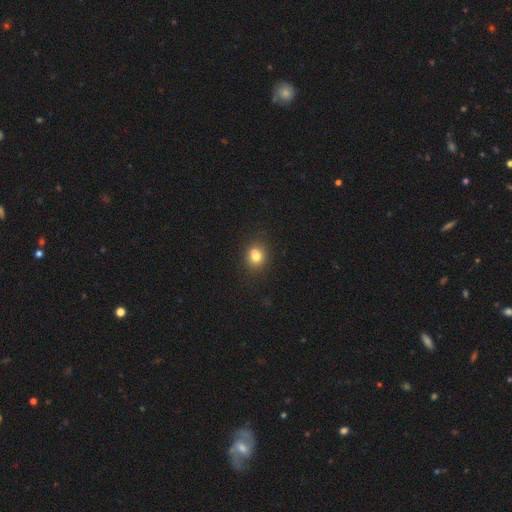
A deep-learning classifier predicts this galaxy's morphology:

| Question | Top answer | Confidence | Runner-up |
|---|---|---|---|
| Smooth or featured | smooth | 73% | featured or disk (15%) |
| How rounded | round | 70% | in between (29%) |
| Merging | none | 46% | merger (41%) |